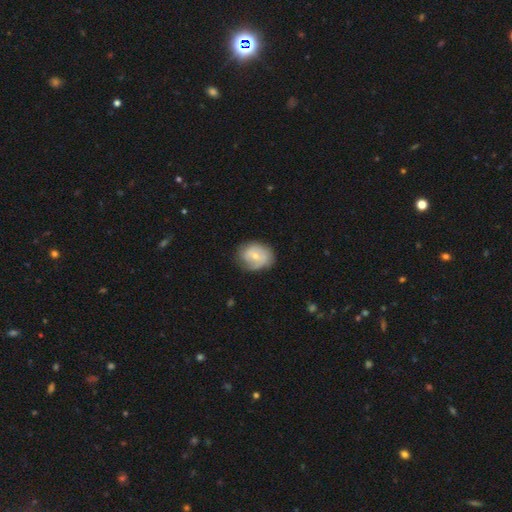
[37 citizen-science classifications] A featured or disk galaxy (49%) with no bar (71%), 2 (55%) medium (64%) spiral arms (65%) and a moderate central bulge (59%).

Vote fractions:
- Smooth or featured? featured or disk: 49% / smooth: 46% / star or artifact: 5%
- Edge-on disk? no: 94% / yes: 6%
- Bar? no: 71% / weak: 24% / strong: 6%
- Spiral arms? yes: 65% / no: 35%
- Spiral winding? medium: 64% / tight: 27% / loose: 9%
- Spiral arm count? 2: 55% / 1: 27% / can't tell: 18% / 3: 0% / 4: 0% / more than 4: 0%
- Bulge size? moderate: 59% / small: 35% / dominant: 6% / large: 0% / none: 0%
- Merging? none: 60% / minor disturbance: 26% / major disturbance: 14% / merger: 0%